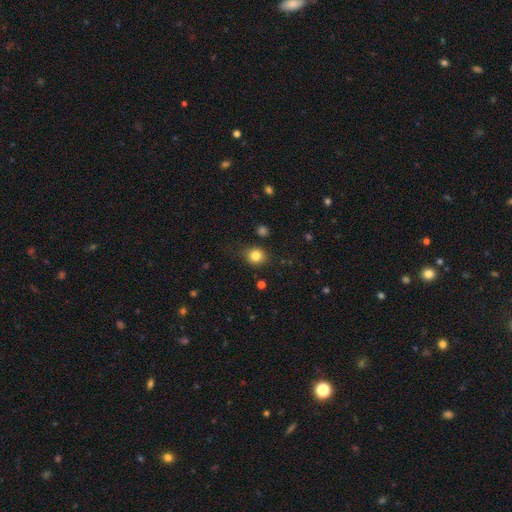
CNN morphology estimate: smooth_or_featured: smooth (p=0.82) [alt: star or artifact p=0.12]
how_rounded: round (p=0.83) [alt: in between p=0.16]
merging: none (p=0.81) [alt: minor disturbance p=0.13]